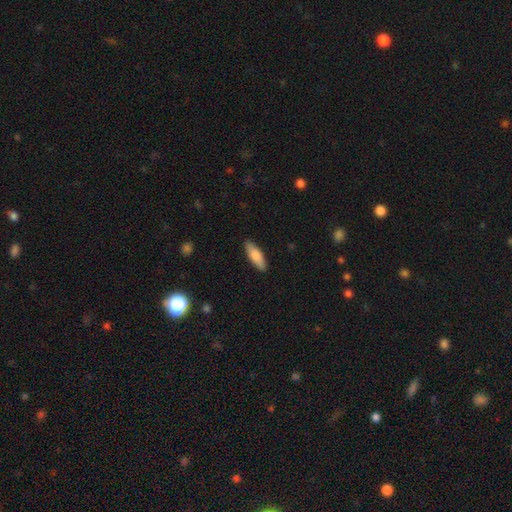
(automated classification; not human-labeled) Smooth or featured: smooth — 79% (featured or disk — 16%)
How rounded: in between — 54% (cigar-shaped — 45%)
Merging: none — 89% (minor disturbance — 9%)